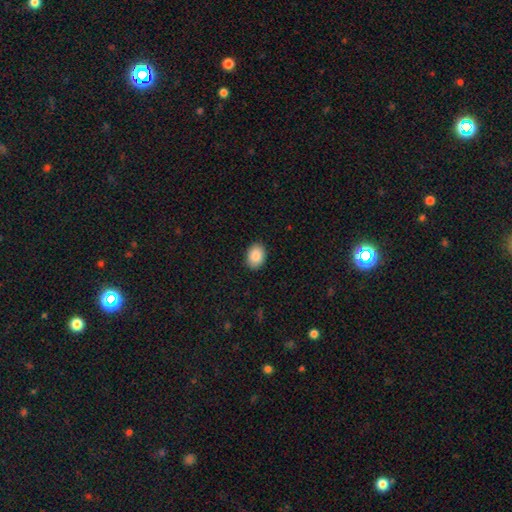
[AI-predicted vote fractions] smooth_or_featured: smooth (p=0.88) [alt: star or artifact p=0.07]
how_rounded: in between (p=0.73) [alt: round p=0.26]
merging: none (p=0.90) [alt: minor disturbance p=0.07]